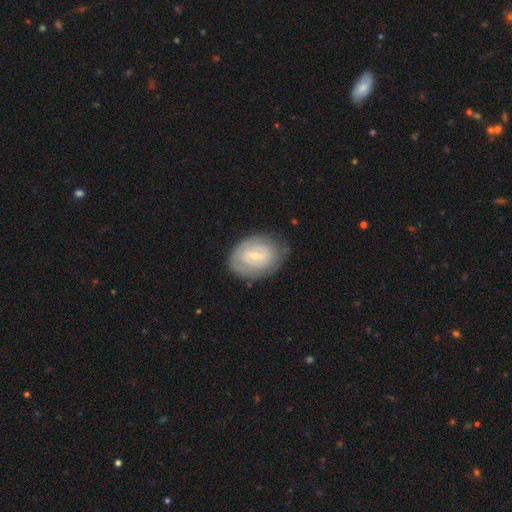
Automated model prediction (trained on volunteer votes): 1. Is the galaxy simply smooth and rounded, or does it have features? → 57% featured or disk, 37% smooth, 7% star or artifact.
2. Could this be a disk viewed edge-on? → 95% no, 5% yes.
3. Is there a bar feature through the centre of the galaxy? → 54% weak, 23% no, 22% strong.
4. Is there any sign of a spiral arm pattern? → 61% yes, 39% no.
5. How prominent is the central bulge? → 71% small, 21% moderate, 5% none, 2% large, 1% dominant.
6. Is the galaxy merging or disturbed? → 73% none, 19% minor disturbance, 7% major disturbance, 2% merger.